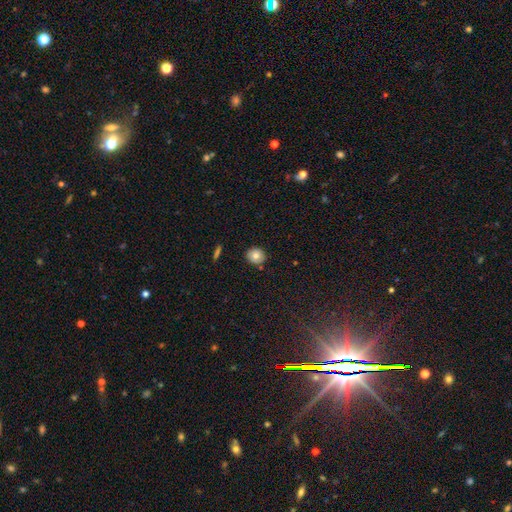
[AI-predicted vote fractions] Smooth or featured? Predicted: smooth (p=0.80). How rounded? Predicted: round (p=0.84). Merging? Predicted: none (p=0.85).